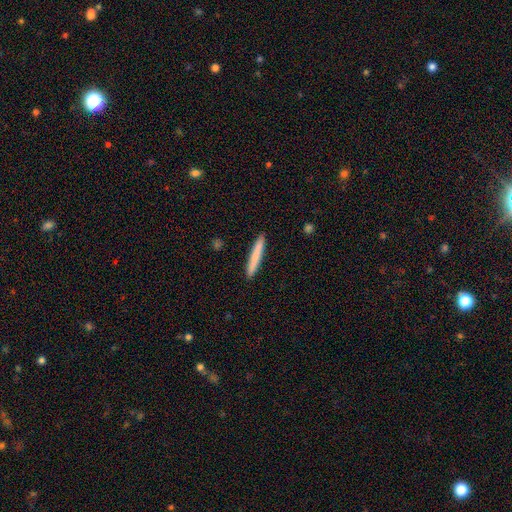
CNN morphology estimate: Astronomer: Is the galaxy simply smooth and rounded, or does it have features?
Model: smooth — 78%.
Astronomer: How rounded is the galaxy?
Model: cigar-shaped — 96%.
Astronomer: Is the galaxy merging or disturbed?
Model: none — 92%.